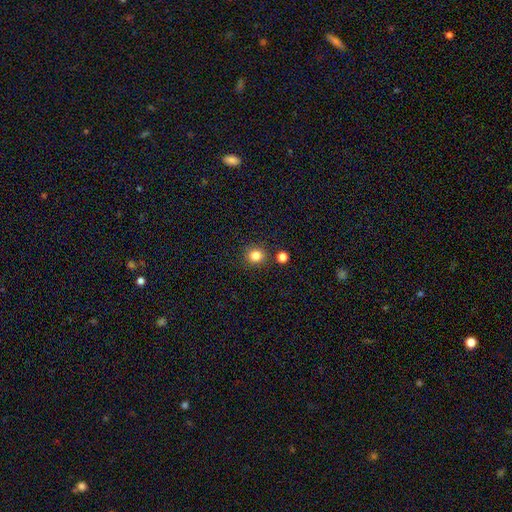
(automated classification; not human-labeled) Smooth or featured? Predicted: smooth (p=0.82). How rounded? Predicted: round (p=0.90). Merging? Predicted: none (p=0.86).